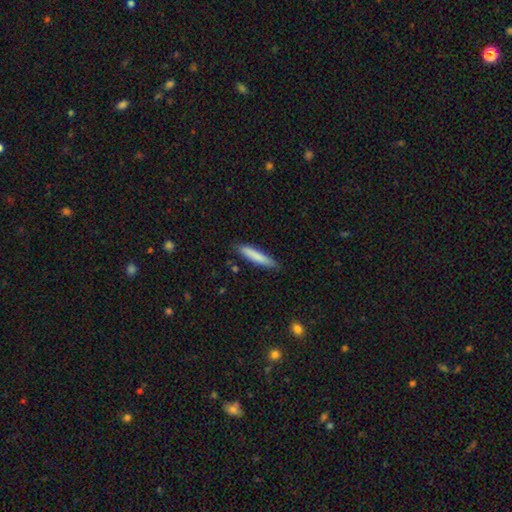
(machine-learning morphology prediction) A smooth galaxy with no disk features (81%) that is cigar-shaped (90%). Merging: none (85%).